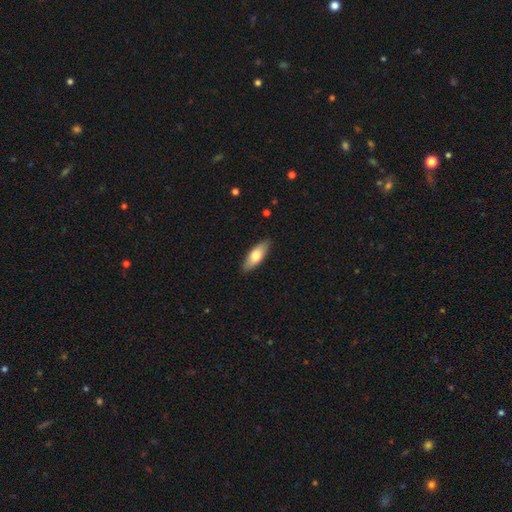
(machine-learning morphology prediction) A smooth galaxy with no disk features (73%) that is in between round and cigar-shaped (70%). Merging: none (88%).